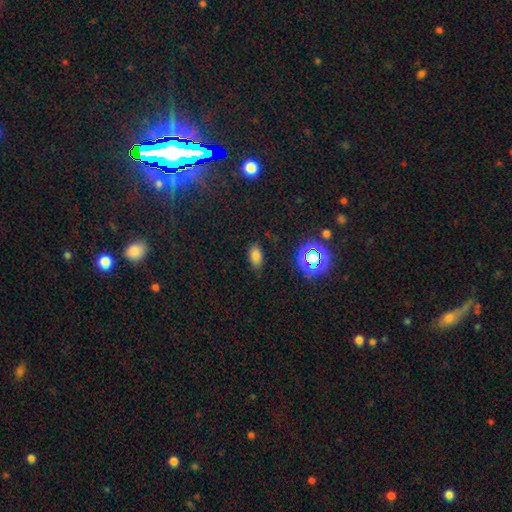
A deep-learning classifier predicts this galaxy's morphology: Smooth or featured: smooth — 74% (star or artifact — 19%)
How rounded: in between — 89% (round — 8%)
Merging: none — 78% (minor disturbance — 16%)